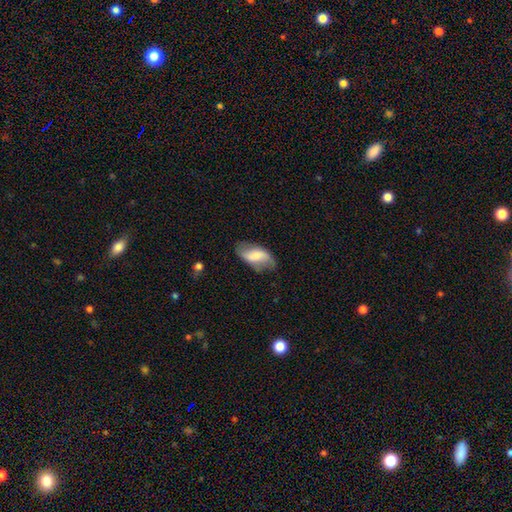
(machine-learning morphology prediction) Smooth or featured? Predicted: featured or disk (p=0.48). Merging? Predicted: none (p=0.70).